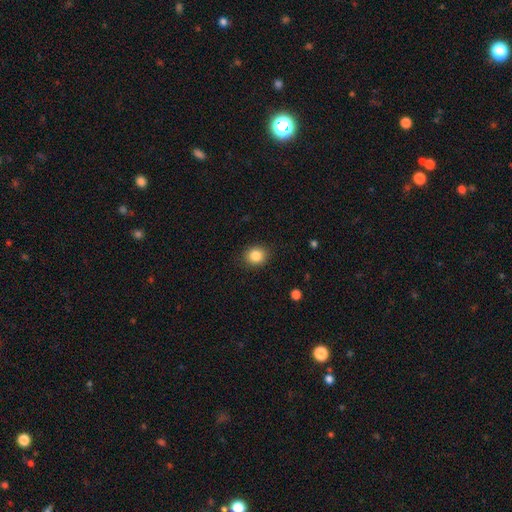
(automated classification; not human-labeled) Q: Smooth or featured?
A: smooth (85%); runner-up: star or artifact (10%)
Q: How rounded?
A: round (75%); runner-up: in between (24%)
Q: Merging?
A: none (88%); runner-up: minor disturbance (8%)